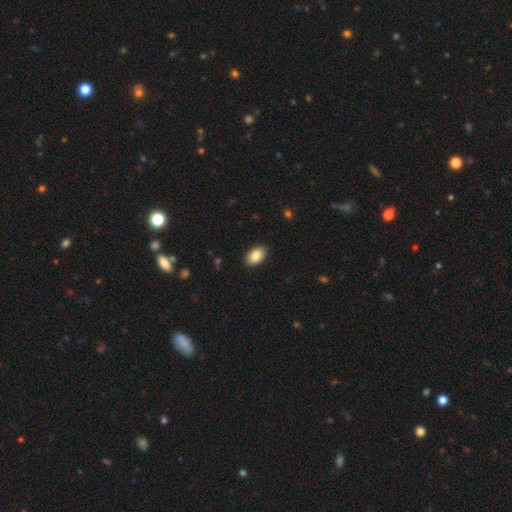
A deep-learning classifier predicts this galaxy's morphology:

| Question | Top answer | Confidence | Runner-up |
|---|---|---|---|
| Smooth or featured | smooth | 87% | star or artifact (7%) |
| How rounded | in between | 92% | round (7%) |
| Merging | none | 90% | minor disturbance (7%) |